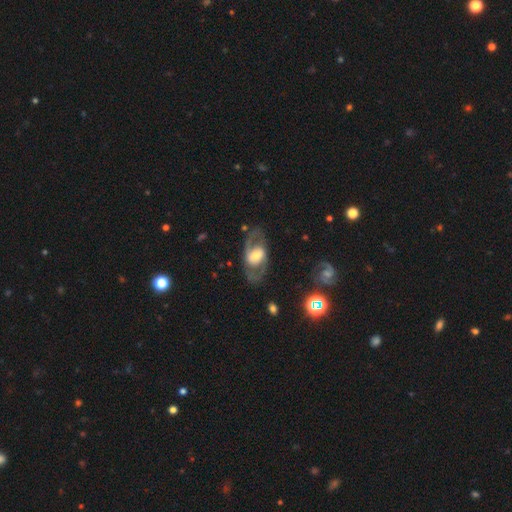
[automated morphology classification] smooth-or-featured: featured or disk: 71% | smooth: 23% | star or artifact: 6%
  disk-edge-on: no: 92% | yes: 8%
    bar: no: 45% | weak: 36% | strong: 19%
    has-spiral-arms: yes: 73% | no: 27%
    bulge-size: moderate: 47% | large: 28% | small: 20% | dominant: 3% | none: 2%
  merging: none: 73% | minor disturbance: 14% | major disturbance: 11% | merger: 2%